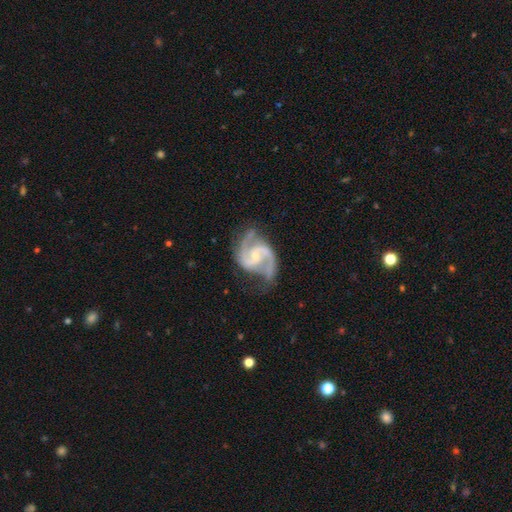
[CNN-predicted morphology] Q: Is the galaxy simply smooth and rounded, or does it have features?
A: featured or disk — 92%.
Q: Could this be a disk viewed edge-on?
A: no — 98%.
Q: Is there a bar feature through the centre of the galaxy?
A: weak — 47%.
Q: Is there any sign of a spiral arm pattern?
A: yes — 98%.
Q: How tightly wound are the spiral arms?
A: medium — 63%.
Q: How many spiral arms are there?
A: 2 — 88%.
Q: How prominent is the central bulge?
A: small — 61%.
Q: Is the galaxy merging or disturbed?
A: none — 62%.